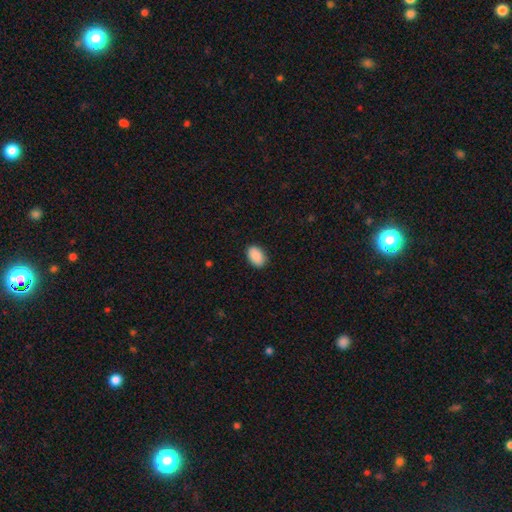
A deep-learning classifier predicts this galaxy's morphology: This is clearly a smooth galaxy (90%). How rounded: clearly in between (89%). Merging: clearly none (87%).